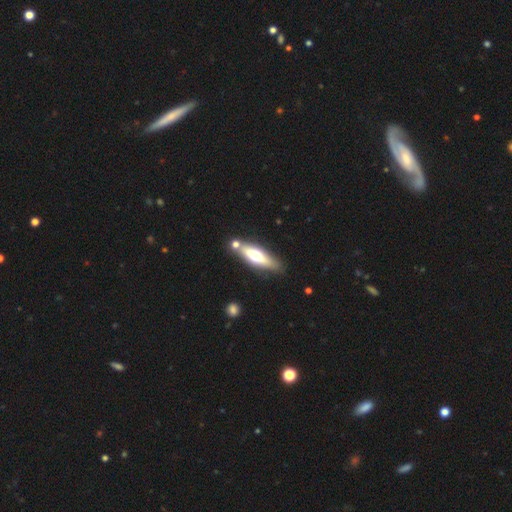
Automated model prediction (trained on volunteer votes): Morphology: type=smooth (51%); roundness=cigar-shaped (62%); merging=none (70%).